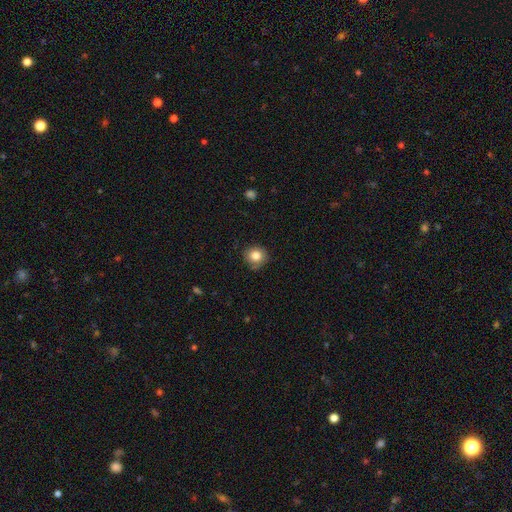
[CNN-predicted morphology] smooth 81%, star or artifact 10%, featured or disk 9%. Down the decision tree: how rounded — round (89%); merging — none (81%).